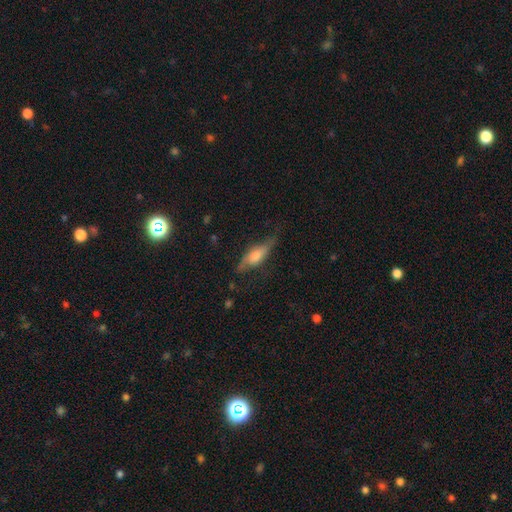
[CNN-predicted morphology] smooth-or-featured: featured or disk: 51% | smooth: 41% | star or artifact: 9%
  disk-edge-on: yes: 66% | no: 34%
  merging: none: 61% | minor disturbance: 25% | major disturbance: 12% | merger: 2%